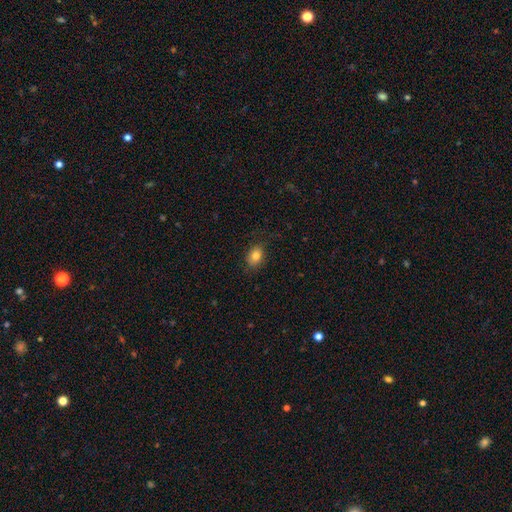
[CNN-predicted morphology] A smooth galaxy with no disk features (82%) that is in between round and cigar-shaped (67%). Merging: none (81%).